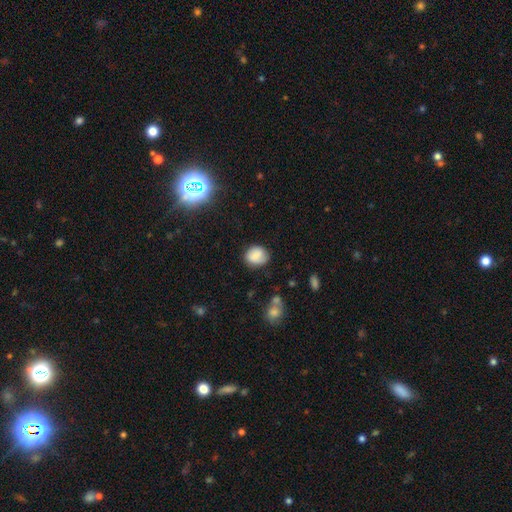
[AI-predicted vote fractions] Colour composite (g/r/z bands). It shows a smooth galaxy with no disk features (80%) that is round (62%). Merging: none (74%).